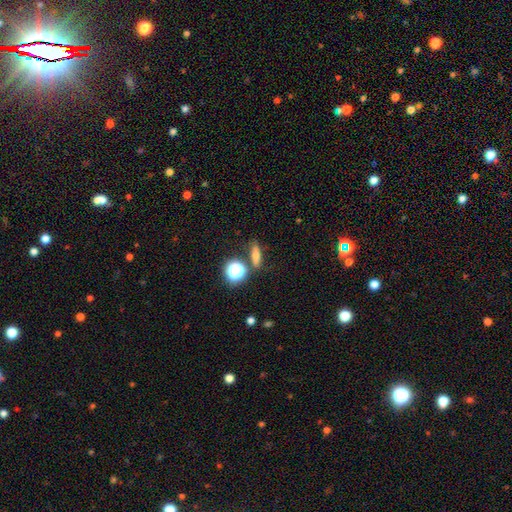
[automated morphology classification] smooth 62%, featured or disk 21%, star or artifact 17%. Down the decision tree: how rounded — cigar-shaped (46%); merging — none (77%).